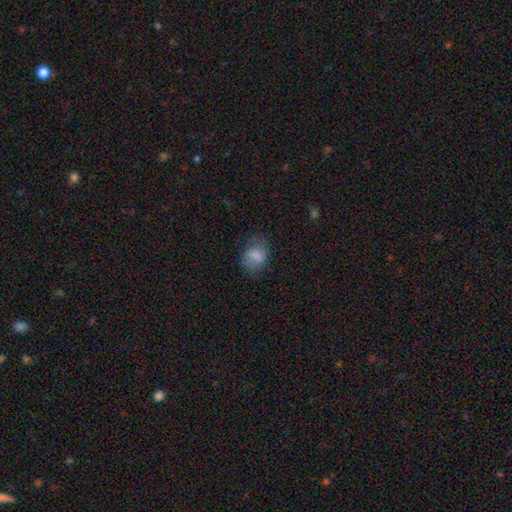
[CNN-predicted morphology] Smooth or featured? smooth (75%)
How rounded? in between (63%)
Merging? none (61%)